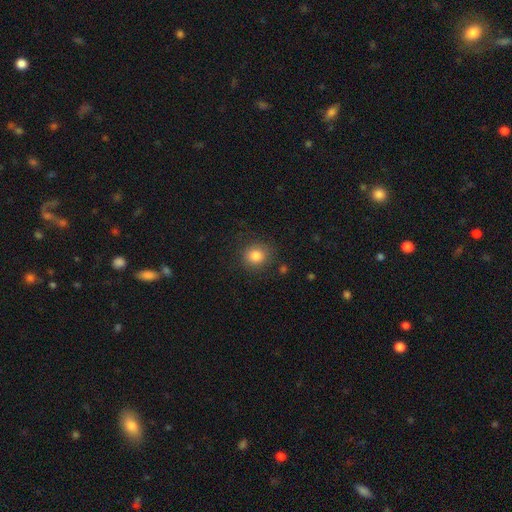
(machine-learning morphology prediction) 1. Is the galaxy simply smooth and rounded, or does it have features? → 84% smooth, 11% star or artifact, 6% featured or disk.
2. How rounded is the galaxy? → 84% round, 15% in between, 1% cigar-shaped.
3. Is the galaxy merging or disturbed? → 84% none, 10% minor disturbance, 4% major disturbance, 2% merger.